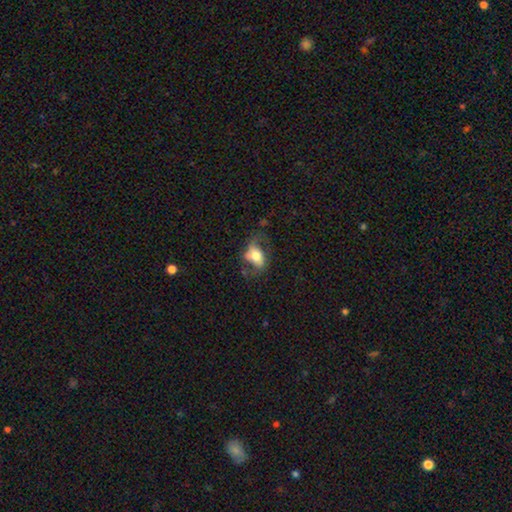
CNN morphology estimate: Smooth or featured?
  - smooth: 58% *
  - featured or disk: 35%
  - star or artifact: 7%
How rounded?
  - in between: 85% *
  - round: 12%
  - cigar-shaped: 3%
Merging?
  - none: 46% *
  - minor disturbance: 27%
  - major disturbance: 23%
  - merger: 4%